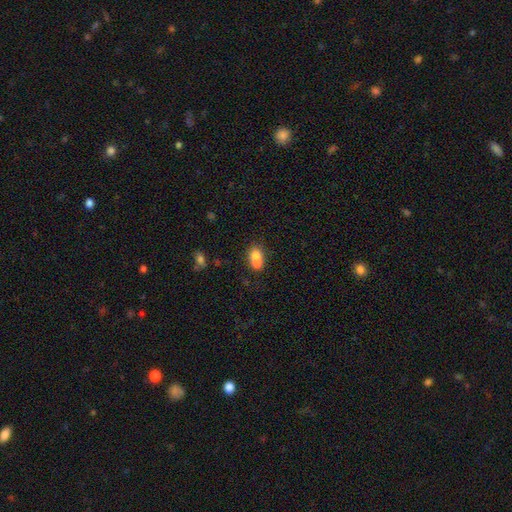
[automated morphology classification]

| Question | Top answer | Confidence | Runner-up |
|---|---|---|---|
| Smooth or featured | smooth | 70% | featured or disk (20%) |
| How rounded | in between | 50% | round (48%) |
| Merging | merger | 67% | none (23%) |